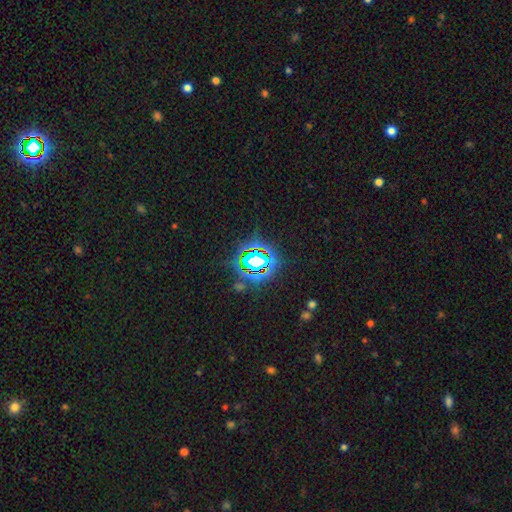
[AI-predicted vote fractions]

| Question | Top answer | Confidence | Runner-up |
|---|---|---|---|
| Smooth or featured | star or artifact | 84% | smooth (10%) |